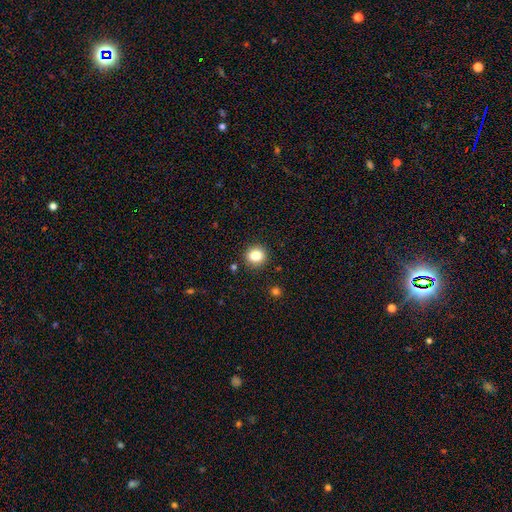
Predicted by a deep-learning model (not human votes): Overall: smooth (84%). How rounded: round (88%). Merging: none (90%).